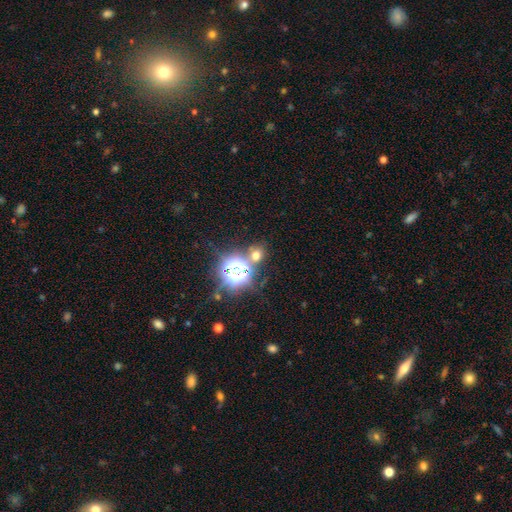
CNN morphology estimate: Smooth or featured? Predicted: smooth (p=0.50). How rounded? Predicted: round (p=0.76). Merging? Predicted: none (p=0.73).